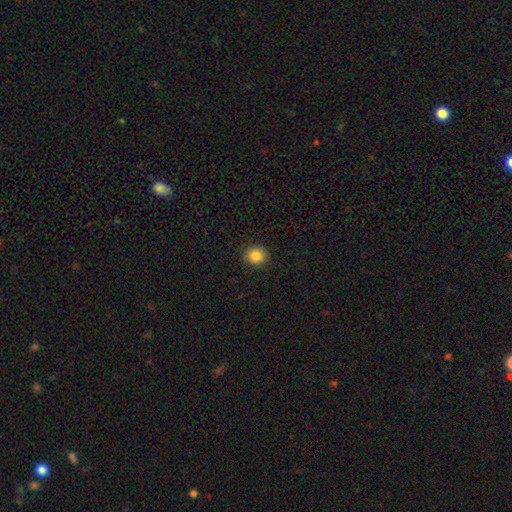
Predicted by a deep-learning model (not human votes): smooth_or_featured: smooth (p=0.86) [alt: star or artifact p=0.10]
how_rounded: round (p=0.90) [alt: in between p=0.10]
merging: none (p=0.91) [alt: minor disturbance p=0.06]